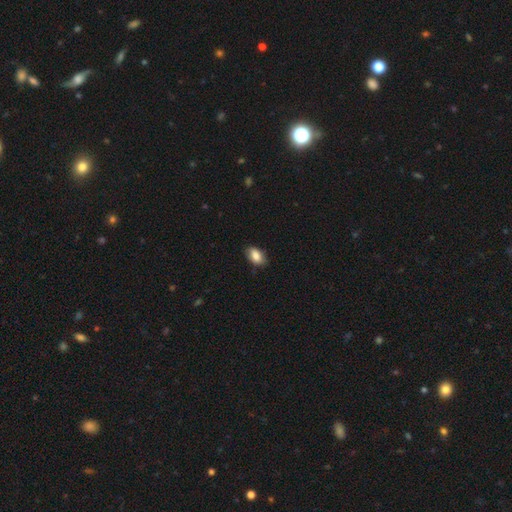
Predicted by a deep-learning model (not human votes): Smooth or featured: smooth — 85% (featured or disk — 8%)
How rounded: in between — 91% (round — 8%)
Merging: none — 83% (minor disturbance — 14%)